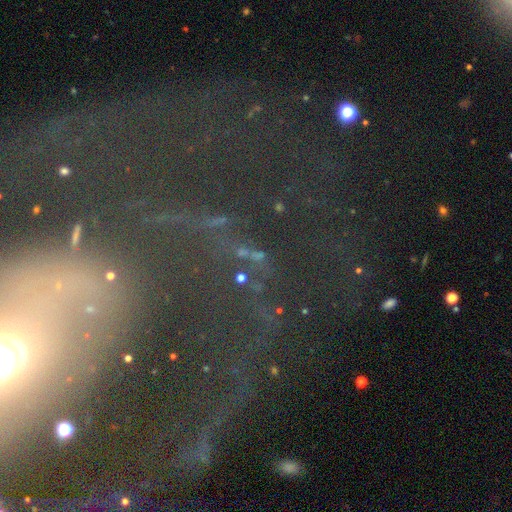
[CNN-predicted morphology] A star or artifact, not a galaxy (79%).